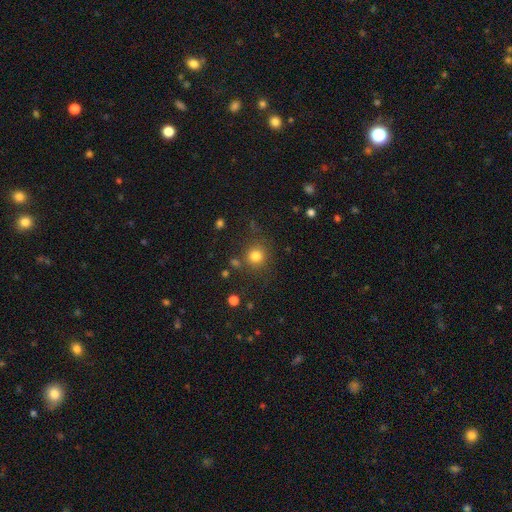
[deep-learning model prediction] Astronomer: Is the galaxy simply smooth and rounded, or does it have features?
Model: smooth — 80%.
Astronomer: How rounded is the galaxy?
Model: round — 91%.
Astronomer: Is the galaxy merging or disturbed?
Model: none — 80%.